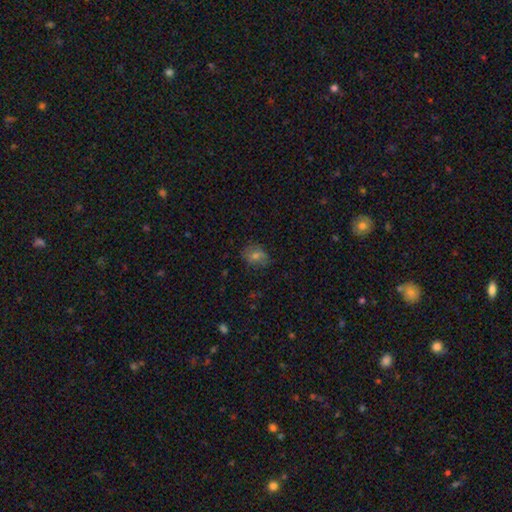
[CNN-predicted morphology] A smooth galaxy with no disk features (59%) that is round (51%). Merging: none (74%).